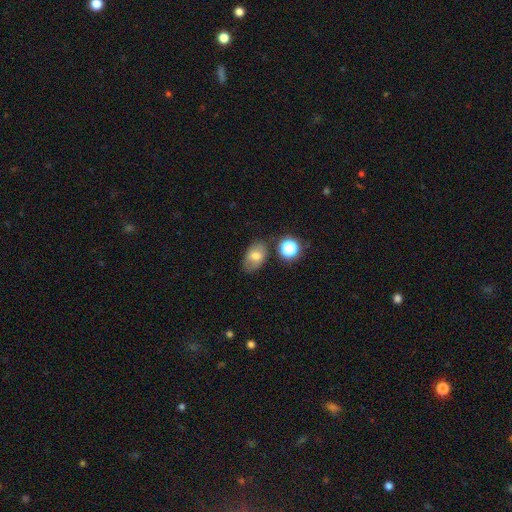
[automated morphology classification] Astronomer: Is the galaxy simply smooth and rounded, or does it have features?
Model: smooth — 69%.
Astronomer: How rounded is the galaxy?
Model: in between — 83%.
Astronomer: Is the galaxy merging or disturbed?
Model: none — 72%.